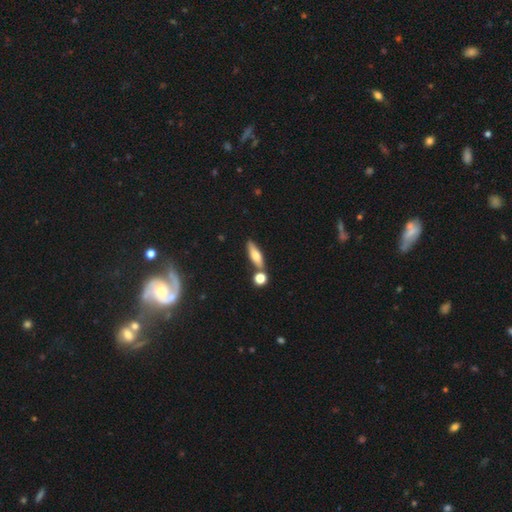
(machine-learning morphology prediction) Q: Smooth or featured?
A: smooth (65%); runner-up: featured or disk (27%)
Q: How rounded?
A: cigar-shaped (50%); runner-up: in between (45%)
Q: Merging?
A: none (69%); runner-up: merger (16%)